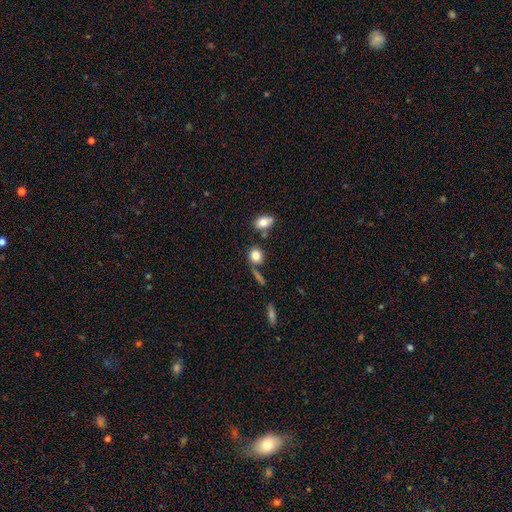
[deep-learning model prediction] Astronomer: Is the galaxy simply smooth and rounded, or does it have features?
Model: smooth — 82%.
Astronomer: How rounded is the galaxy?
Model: round — 71%.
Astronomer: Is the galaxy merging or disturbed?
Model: none — 68%.